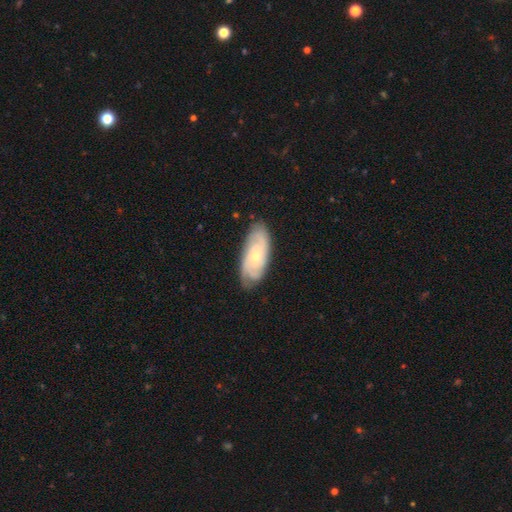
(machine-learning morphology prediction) A featured or disk galaxy (70%) with no bar (76%), tight (63%) spiral arms (92%) and a small central bulge (64%).

Vote fractions:
- Smooth or featured? featured or disk: 70% / smooth: 24% / star or artifact: 6%
- Edge-on disk? no: 92% / yes: 8%
- Bar? no: 76% / weak: 21% / strong: 3%
- Spiral arms? yes: 92% / no: 8%
- Spiral winding? tight: 63% / medium: 28% / loose: 8%
- Spiral arm count? can't tell: 38% / 2: 25% / 3: 20% / 4: 10% / 1: 4% / more than 4: 4%
- Bulge size? small: 64% / moderate: 32% / none: 1% / large: 1% / dominant: 1%
- Merging? none: 78% / minor disturbance: 17% / major disturbance: 3% / merger: 1%